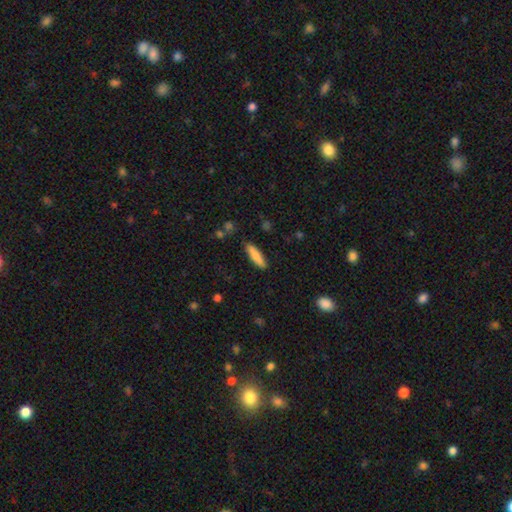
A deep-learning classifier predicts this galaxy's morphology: This is clearly a smooth galaxy (80%). How rounded: likely cigar-shaped (70%). Merging: clearly none (87%).